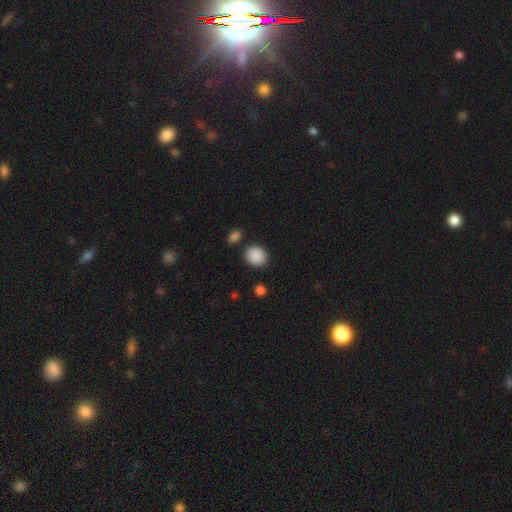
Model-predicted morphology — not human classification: smooth 89%, star or artifact 8%, featured or disk 3%. Down the decision tree: how rounded — round (78%); merging — none (85%).